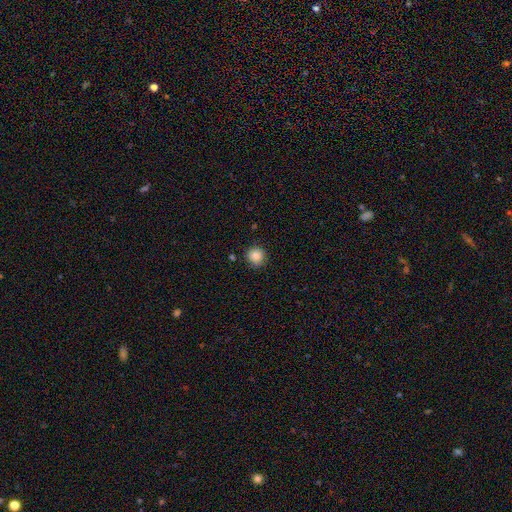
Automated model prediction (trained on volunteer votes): A smooth galaxy with no disk features (86%) that is round (93%).

Vote fractions:
- Smooth or featured? smooth: 86% / star or artifact: 10% / featured or disk: 4%
- How rounded? round: 93% / in between: 6% / cigar-shaped: 1%
- Merging? none: 85% / minor disturbance: 11% / major disturbance: 2% / merger: 2%